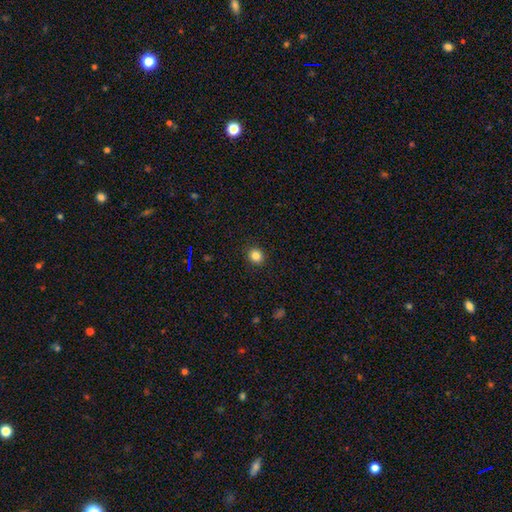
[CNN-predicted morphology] Smooth or featured?
  - smooth: 84% *
  - star or artifact: 11%
  - featured or disk: 4%
How rounded?
  - round: 81% *
  - in between: 18%
  - cigar-shaped: 1%
Merging?
  - none: 91% *
  - minor disturbance: 6%
  - major disturbance: 2%
  - merger: 1%